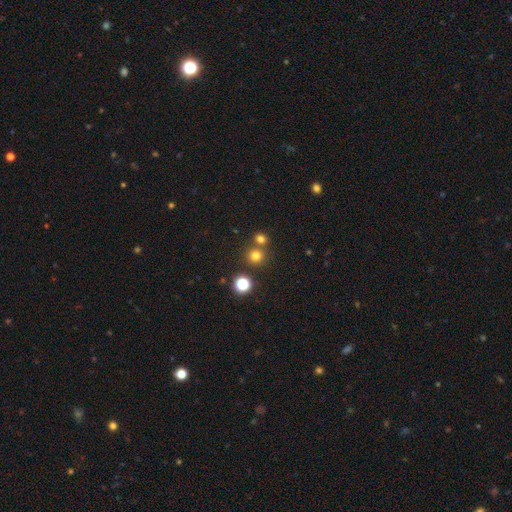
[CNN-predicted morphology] Q: Smooth or featured?
A: smooth (73%); runner-up: star or artifact (21%)
Q: How rounded?
A: round (92%); runner-up: in between (7%)
Q: Merging?
A: none (71%); runner-up: merger (21%)